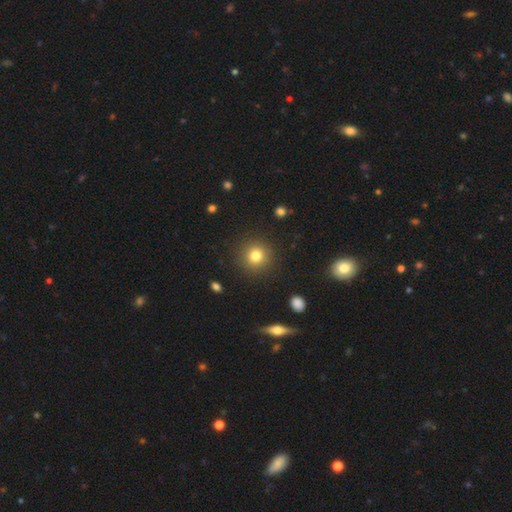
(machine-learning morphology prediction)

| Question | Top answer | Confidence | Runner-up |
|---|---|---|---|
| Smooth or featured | smooth | 79% | star or artifact (13%) |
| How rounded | round | 93% | in between (6%) |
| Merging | none | 90% | minor disturbance (6%) |